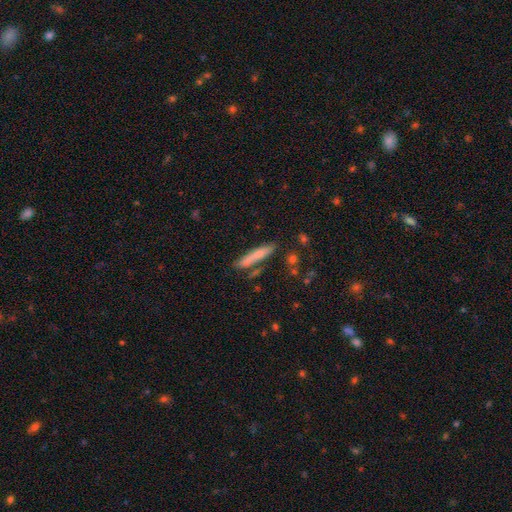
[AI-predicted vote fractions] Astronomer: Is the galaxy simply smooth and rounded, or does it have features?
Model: smooth — 71%.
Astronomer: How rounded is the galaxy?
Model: cigar-shaped — 92%.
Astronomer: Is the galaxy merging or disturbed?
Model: none — 78%.